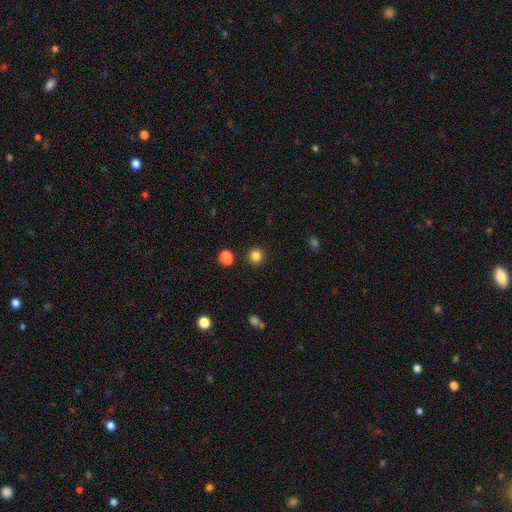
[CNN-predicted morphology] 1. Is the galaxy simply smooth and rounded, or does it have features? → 84% smooth, 12% star or artifact, 4% featured or disk.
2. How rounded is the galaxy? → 91% round, 8% in between, 1% cigar-shaped.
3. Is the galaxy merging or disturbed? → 90% none, 5% minor disturbance, 3% merger, 2% major disturbance.